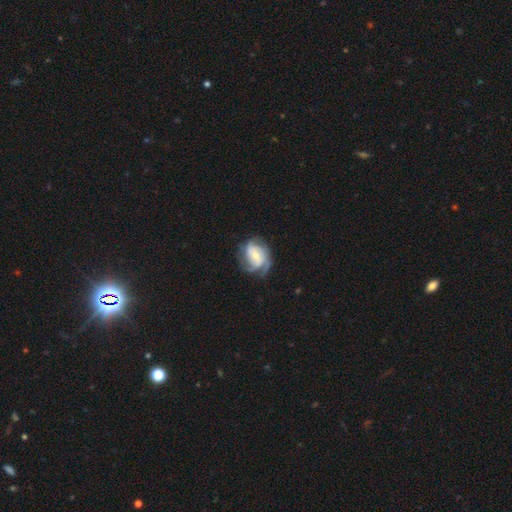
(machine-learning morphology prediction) Q: Smooth or featured?
A: featured or disk (76%); runner-up: smooth (18%)
Q: Edge-on disk?
A: no (97%); runner-up: yes (3%)
Q: Bar?
A: no (47%); runner-up: weak (38%)
Q: Spiral arms?
A: yes (92%); runner-up: no (8%)
Q: Spiral winding?
A: tight (43%); runner-up: medium (40%)
Q: Spiral arm count?
A: 3 (29%); tied with: 2 (29%)
Q: Bulge size?
A: small (48%); runner-up: moderate (41%)
Q: Merging?
A: none (58%); runner-up: minor disturbance (24%)